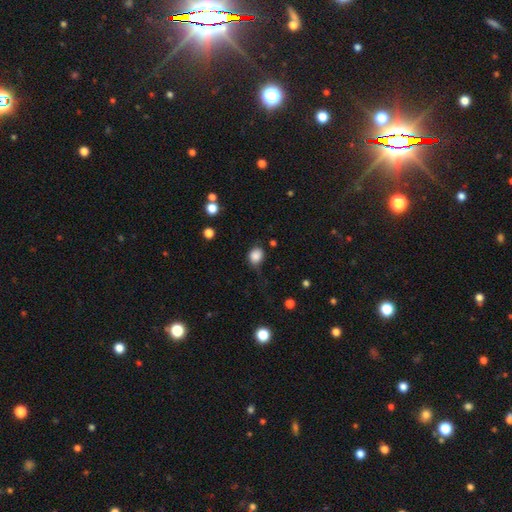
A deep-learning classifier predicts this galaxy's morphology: This is clearly a smooth galaxy (85%). How rounded: likely round (62%). Merging: likely none (63%).